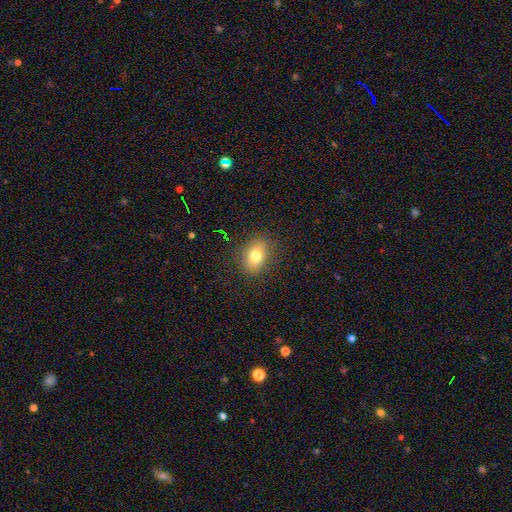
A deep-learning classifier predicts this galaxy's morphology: Smooth or featured: smooth — 77% (star or artifact — 12%)
How rounded: in between — 65% (round — 33%)
Merging: none — 87% (minor disturbance — 9%)